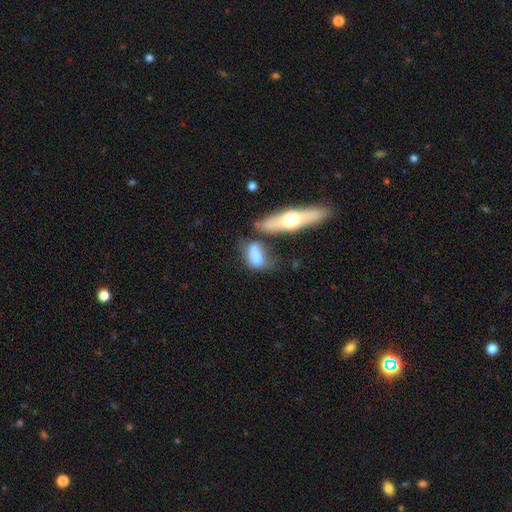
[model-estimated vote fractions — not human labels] Smooth or featured: smooth — 67% (featured or disk — 25%)
How rounded: in between — 68% (cigar-shaped — 23%)
Merging: none — 36% (merger — 31%)